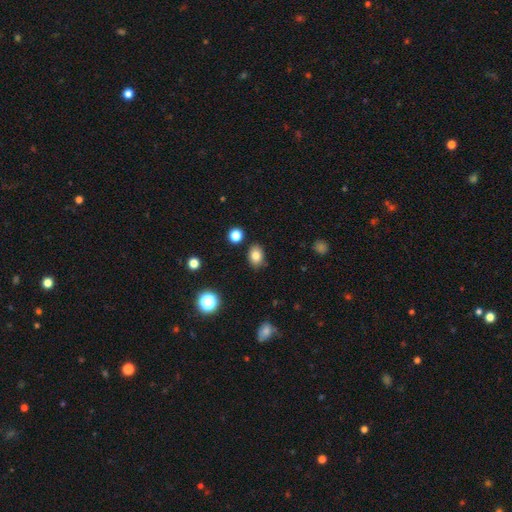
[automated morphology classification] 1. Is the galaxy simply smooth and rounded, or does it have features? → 81% smooth, 11% star or artifact, 8% featured or disk.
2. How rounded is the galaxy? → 73% in between, 26% round, 1% cigar-shaped.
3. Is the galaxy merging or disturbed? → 84% none, 11% minor disturbance, 3% merger, 2% major disturbance.